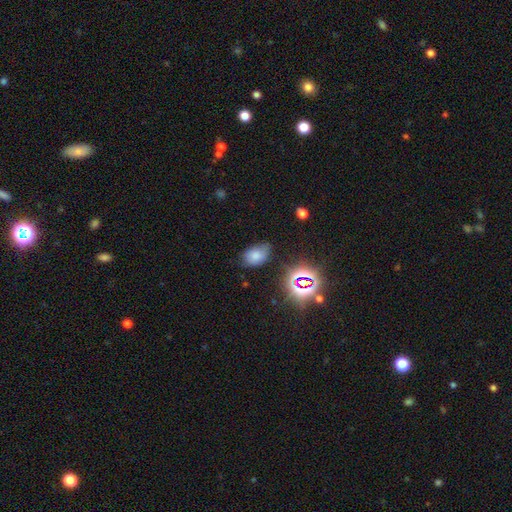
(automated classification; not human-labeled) This appears to be a smooth galaxy with no disk features (70%) that is in between round and cigar-shaped (82%). Merging: none (63%).